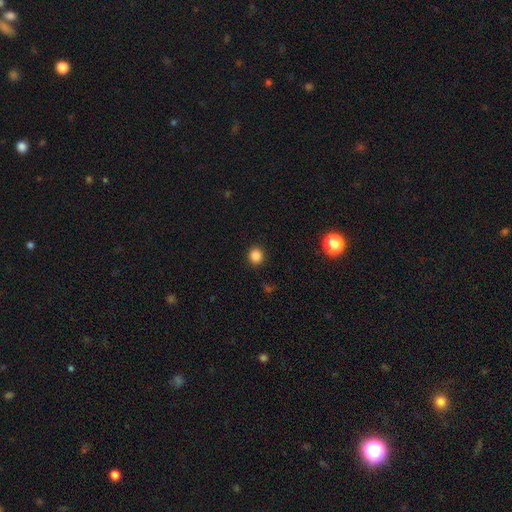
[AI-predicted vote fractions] Smooth or featured?
  - smooth: 85% *
  - star or artifact: 12%
  - featured or disk: 3%
How rounded?
  - round: 84% *
  - in between: 15%
  - cigar-shaped: 1%
Merging?
  - none: 90% *
  - minor disturbance: 6%
  - major disturbance: 2%
  - merger: 1%